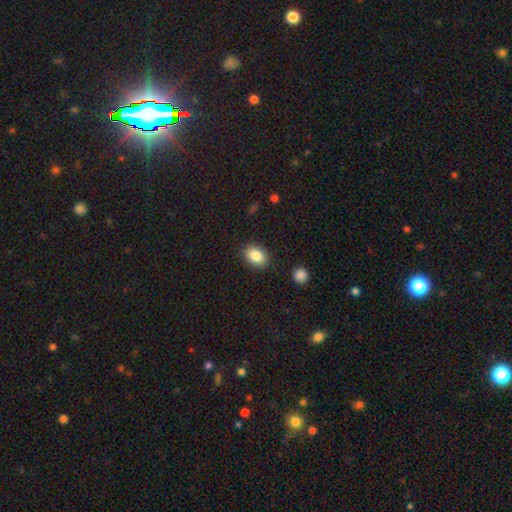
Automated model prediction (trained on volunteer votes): The model was most divided on "how rounded": in between: 76%, round: 23%, cigar-shaped: 1%. More confident: merging — none (87%); smooth or featured — smooth (85%).